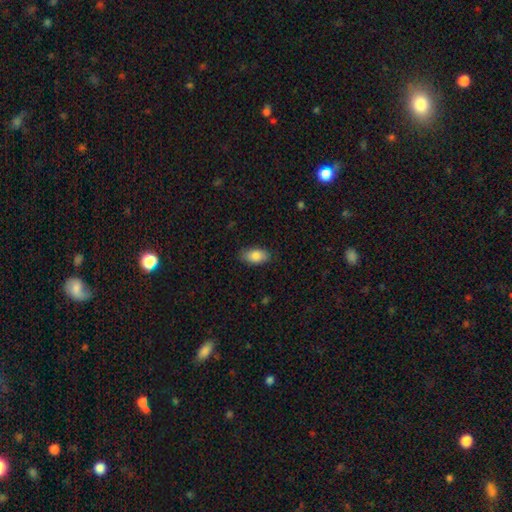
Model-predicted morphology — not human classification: type=smooth (86%); roundness=in between (92%); merging=none (84%).